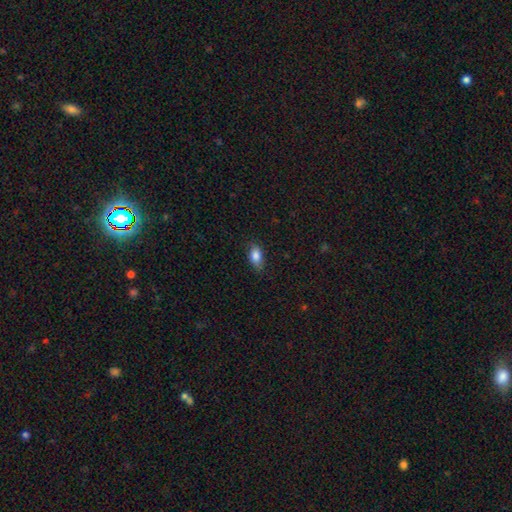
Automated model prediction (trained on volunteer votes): The model was most divided on "merging": none: 80%, minor disturbance: 16%, major disturbance: 3%, merger: 1%. More confident: how rounded — in between (88%); smooth or featured — smooth (85%).